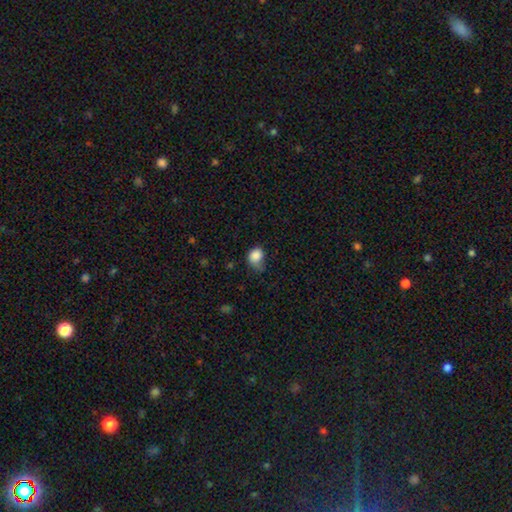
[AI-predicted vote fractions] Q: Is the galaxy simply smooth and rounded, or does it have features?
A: smooth — 86%.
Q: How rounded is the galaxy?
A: round — 54%.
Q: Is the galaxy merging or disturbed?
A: minor disturbance — 43%.